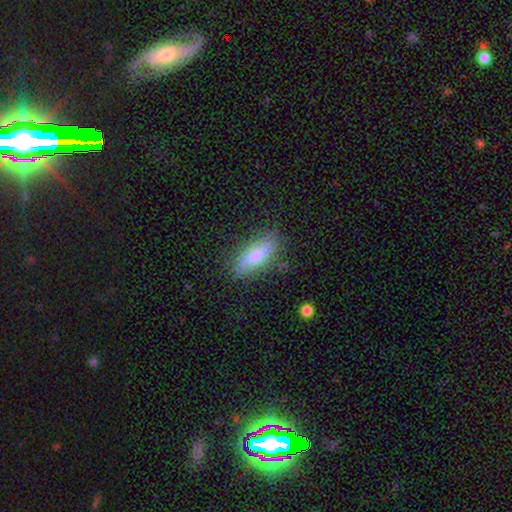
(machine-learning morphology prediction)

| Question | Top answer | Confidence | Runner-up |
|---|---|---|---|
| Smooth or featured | smooth | 66% | featured or disk (27%) |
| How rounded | in between | 62% | cigar-shaped (36%) |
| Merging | none | 82% | minor disturbance (14%) |